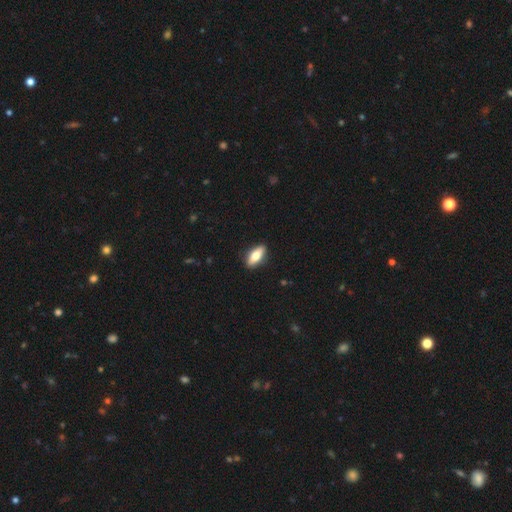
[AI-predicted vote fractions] Smooth or featured? smooth (65%)
How rounded? in between (74%)
Merging? none (88%)